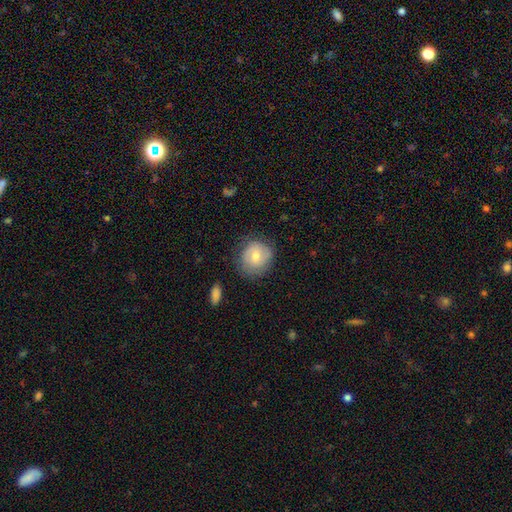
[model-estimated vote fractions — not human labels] Smooth or featured? Predicted: smooth (p=0.66). How rounded? Predicted: round (p=0.79). Merging? Predicted: none (p=0.71).